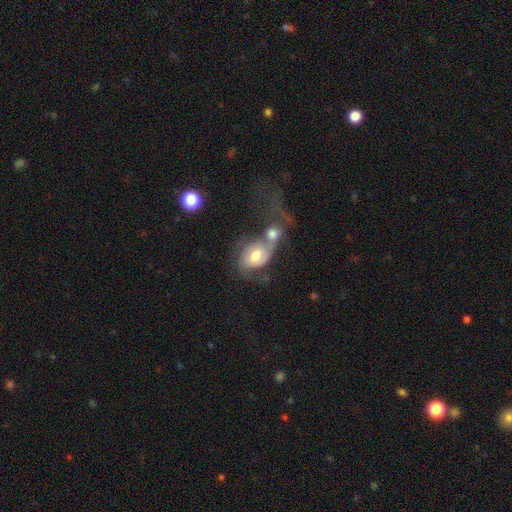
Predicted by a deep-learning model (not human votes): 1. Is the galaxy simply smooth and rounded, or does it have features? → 55% featured or disk, 37% smooth, 8% star or artifact.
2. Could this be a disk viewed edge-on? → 96% no, 4% yes.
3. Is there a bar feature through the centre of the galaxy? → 63% no, 30% weak, 7% strong.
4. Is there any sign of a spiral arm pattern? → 75% yes, 25% no.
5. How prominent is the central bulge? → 70% moderate, 15% large, 12% small, 2% none, 2% dominant.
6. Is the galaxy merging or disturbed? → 60% merger, 17% major disturbance, 15% none, 8% minor disturbance.